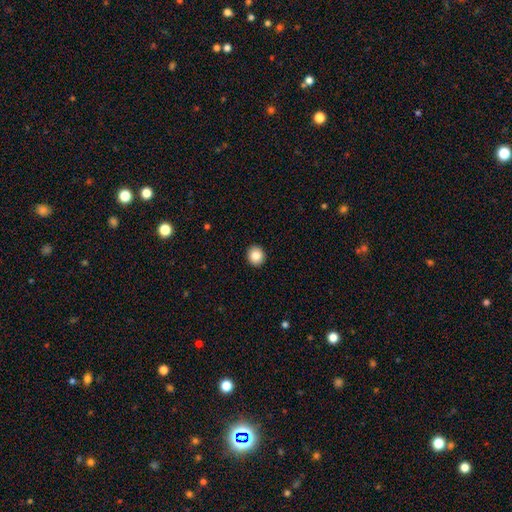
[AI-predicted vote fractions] smooth_or_featured: smooth (p=0.85) [alt: star or artifact p=0.09]
how_rounded: round (p=0.87) [alt: in between p=0.12]
merging: none (p=0.93) [alt: minor disturbance p=0.05]